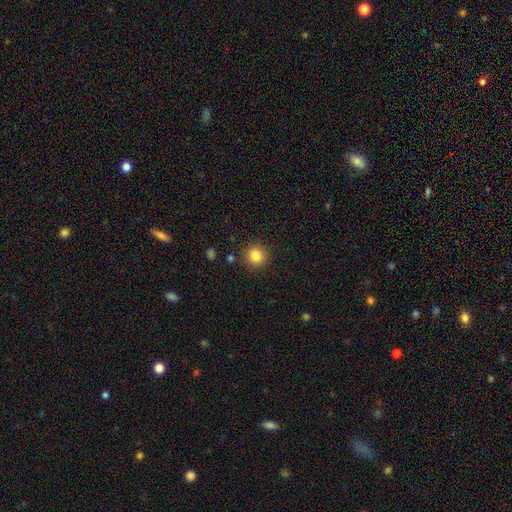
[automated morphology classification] smooth 84%, star or artifact 11%, featured or disk 5%. Down the decision tree: how rounded — round (93%); merging — none (89%).